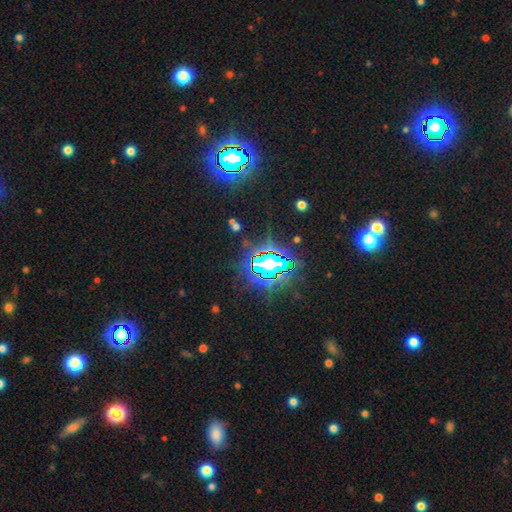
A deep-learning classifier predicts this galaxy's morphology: Smooth or featured? Predicted: star or artifact (p=0.82).